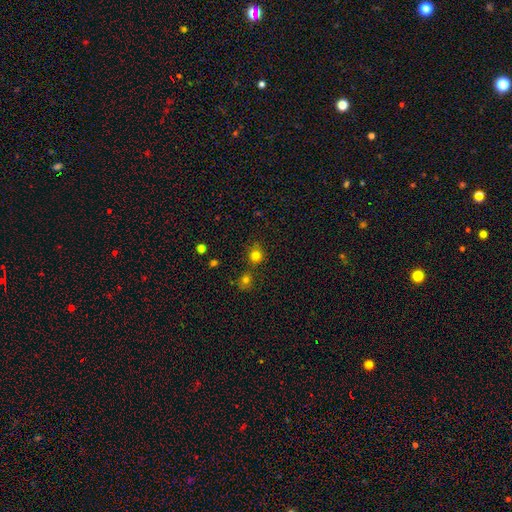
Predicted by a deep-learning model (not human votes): The model was most divided on "smooth or featured": smooth: 78%, star or artifact: 16%, featured or disk: 6%. More confident: how rounded — round (87%); merging — none (75%).